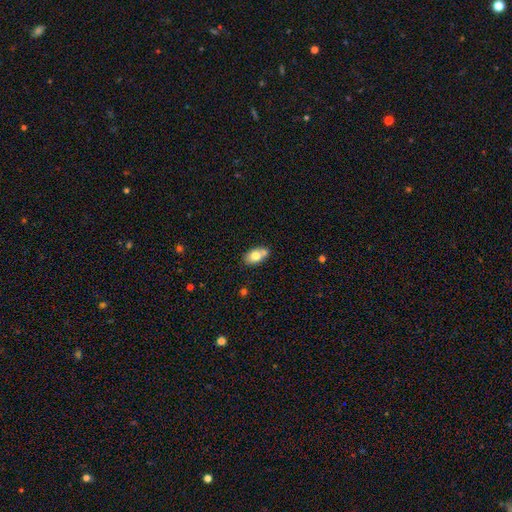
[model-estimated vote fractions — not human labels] Smooth or featured: smooth — 76% (featured or disk — 16%)
How rounded: in between — 86% (round — 12%)
Merging: none — 57% (merger — 23%)